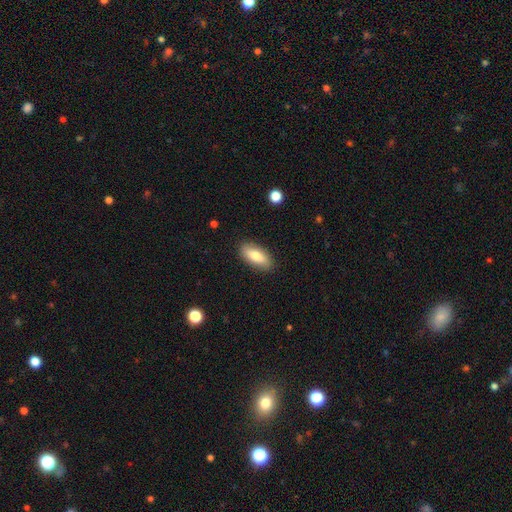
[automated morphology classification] This appears to be a smooth galaxy with no disk features (77%) that is in between round and cigar-shaped (84%). Merging: none (87%).